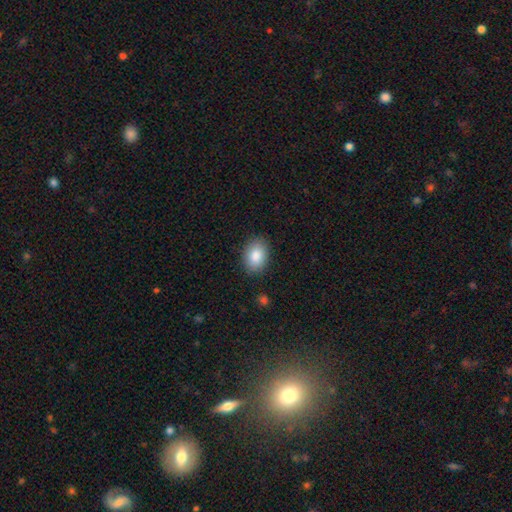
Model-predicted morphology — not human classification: type=smooth (86%); roundness=in between (80%); merging=none (87%).